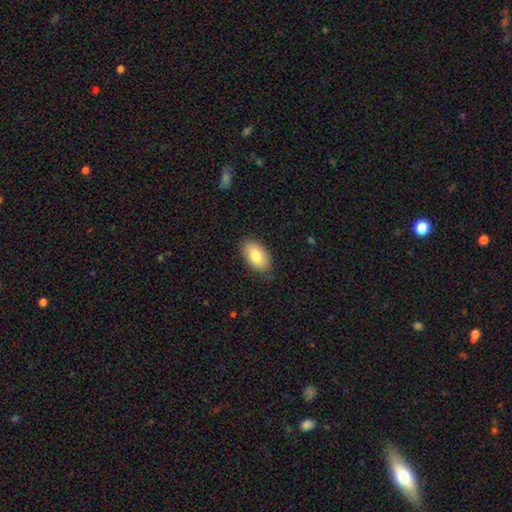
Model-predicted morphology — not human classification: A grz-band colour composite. It shows a smooth galaxy with no disk features (80%) that is in between round and cigar-shaped (93%). Merging: none (84%).